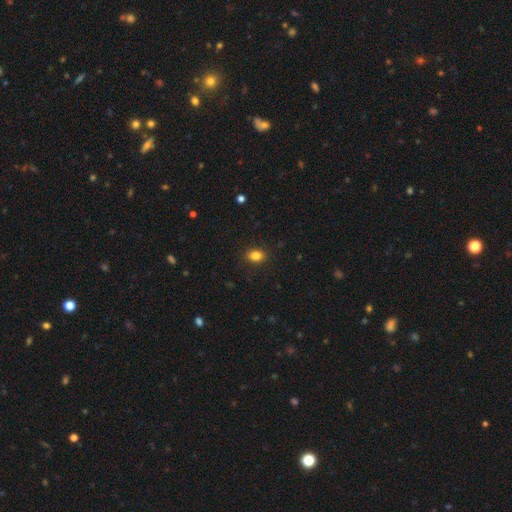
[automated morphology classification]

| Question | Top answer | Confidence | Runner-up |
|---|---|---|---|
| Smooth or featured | smooth | 84% | star or artifact (10%) |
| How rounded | in between | 73% | round (26%) |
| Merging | none | 88% | minor disturbance (8%) |